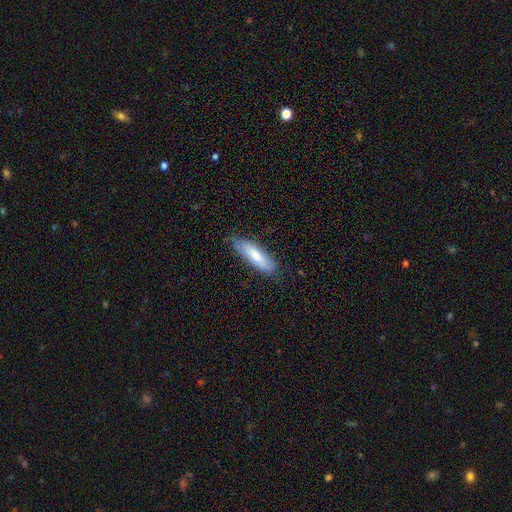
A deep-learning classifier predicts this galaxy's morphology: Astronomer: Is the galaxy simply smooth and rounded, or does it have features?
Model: smooth — 76%.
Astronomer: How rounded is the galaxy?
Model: cigar-shaped — 61% (runner-up: in between, 38%).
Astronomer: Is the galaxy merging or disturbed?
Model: none — 71%.